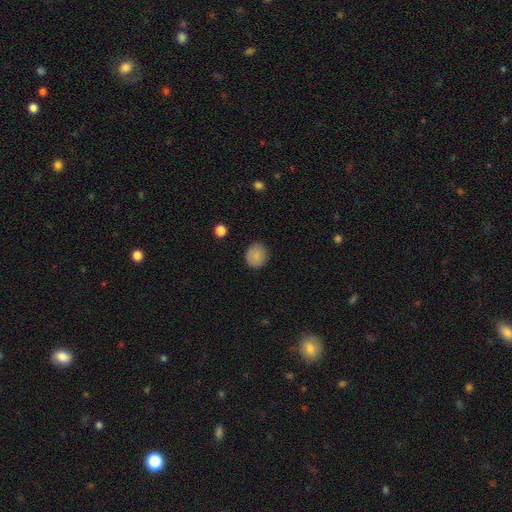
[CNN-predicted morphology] type=smooth (87%); roundness=round (79%); merging=none (87%).